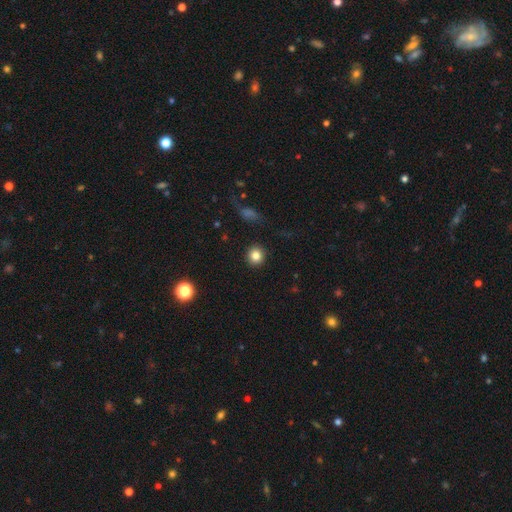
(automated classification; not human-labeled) Smooth or featured: smooth — 83% (star or artifact — 11%)
How rounded: round — 91% (in between — 8%)
Merging: none — 91% (minor disturbance — 5%)